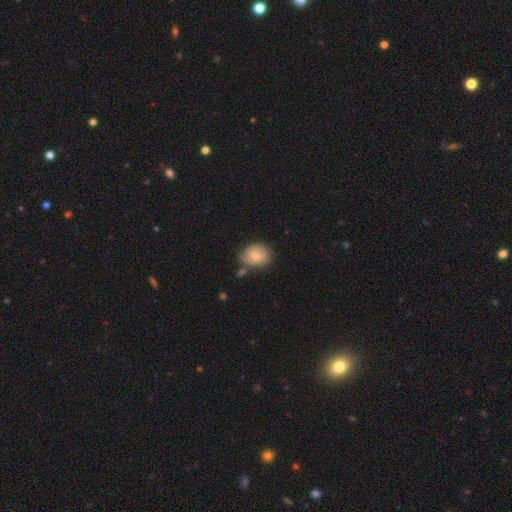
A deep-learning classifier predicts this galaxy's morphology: Smooth or featured: smooth — 70% (featured or disk — 22%)
How rounded: round — 62% (in between — 38%)
Merging: none — 61% (minor disturbance — 24%)